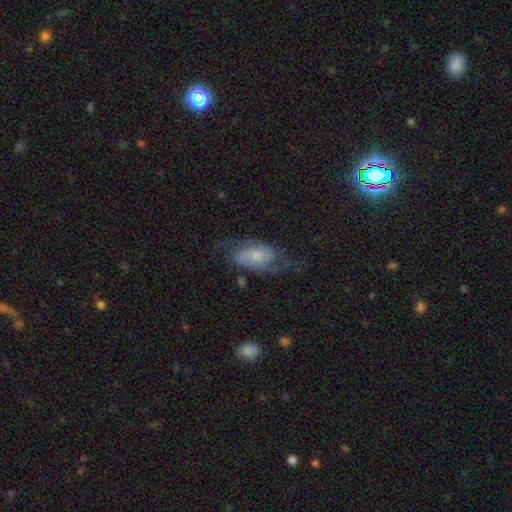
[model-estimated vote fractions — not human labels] This appears to be a featured or disk galaxy (69%) with no bar (64%), 2 (80%) medium (45%) spiral arms (88%) and a small central bulge (40%). Merging: none (57%).